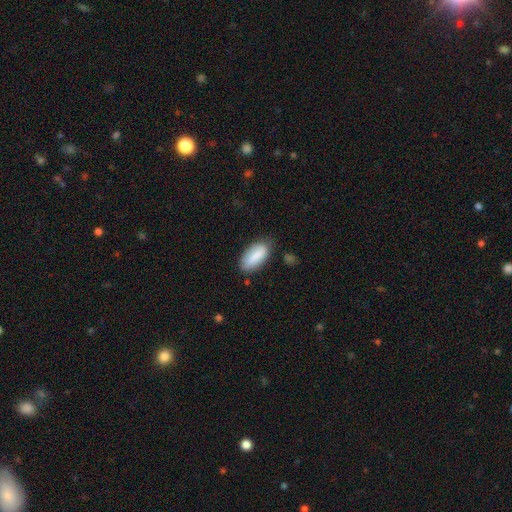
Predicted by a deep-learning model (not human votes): Overall: smooth (85%). How rounded: in between (89%). Merging: none (73%).